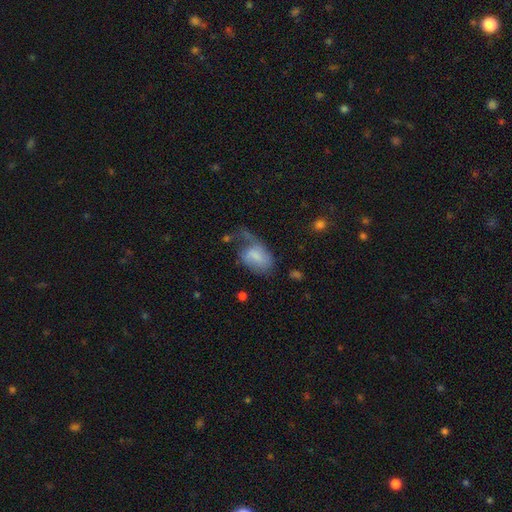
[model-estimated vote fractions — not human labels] A smooth galaxy with no disk features (57%) that is in between round and cigar-shaped (87%). Merging: major disturbance (49%).